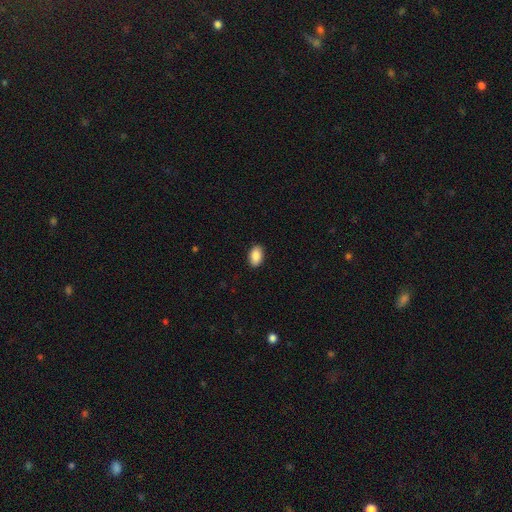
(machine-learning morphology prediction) Smooth or featured? Predicted: smooth (p=0.89). How rounded? Predicted: in between (p=0.91). Merging? Predicted: none (p=0.90).